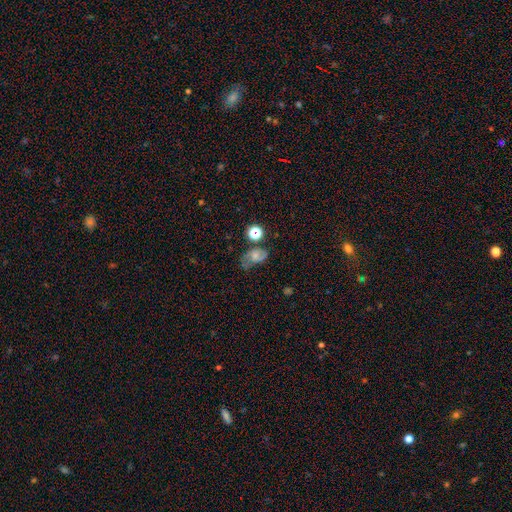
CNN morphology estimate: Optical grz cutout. It shows a smooth galaxy with no disk features (45%). Merging: none (42%).